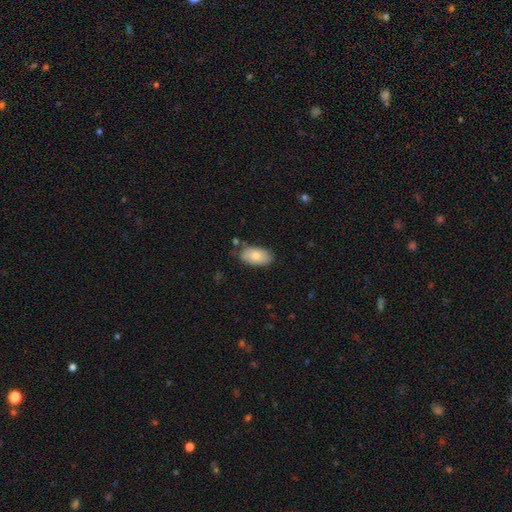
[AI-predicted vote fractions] Q: Smooth or featured?
A: smooth (79%); runner-up: featured or disk (14%)
Q: How rounded?
A: in between (94%); runner-up: round (4%)
Q: Merging?
A: none (75%); runner-up: minor disturbance (18%)